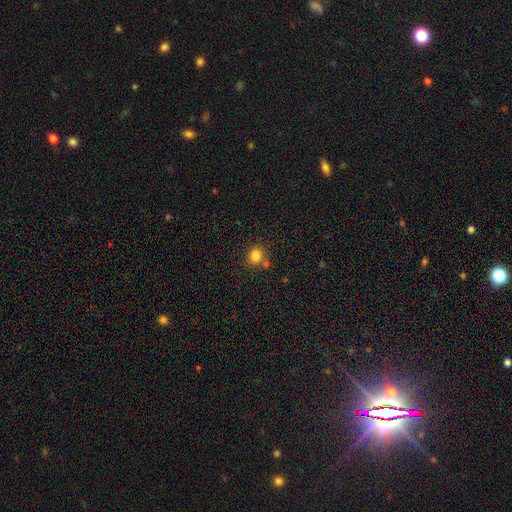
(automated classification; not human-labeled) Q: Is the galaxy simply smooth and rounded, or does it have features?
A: smooth — 82%.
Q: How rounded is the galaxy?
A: round — 69%.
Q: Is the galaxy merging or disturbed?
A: none — 75%.